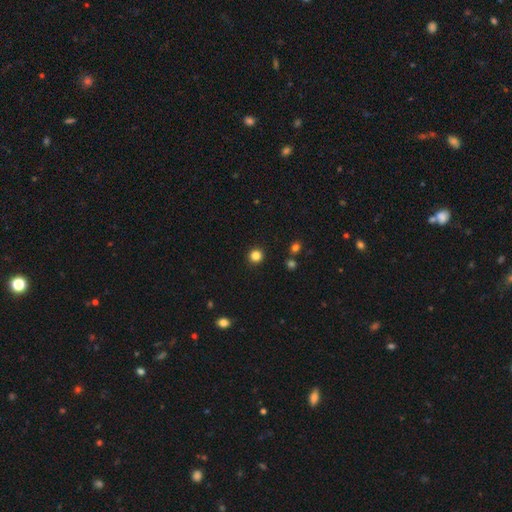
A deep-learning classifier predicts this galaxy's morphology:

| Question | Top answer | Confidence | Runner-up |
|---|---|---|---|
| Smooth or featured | smooth | 84% | star or artifact (12%) |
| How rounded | round | 93% | in between (6%) |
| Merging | none | 92% | minor disturbance (5%) |